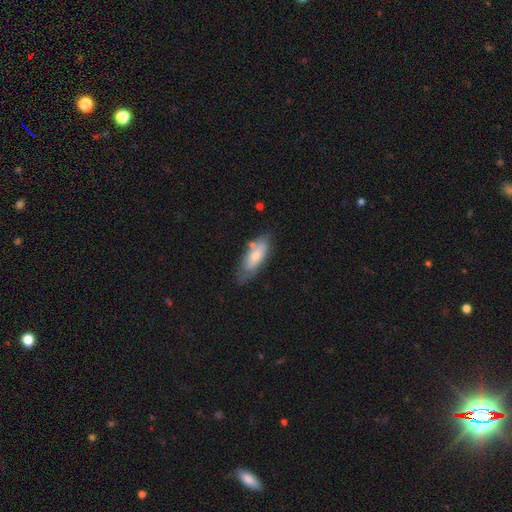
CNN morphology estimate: This is likely a smooth galaxy (65%). How rounded: likely in between (71%). Merging: likely none (63%).